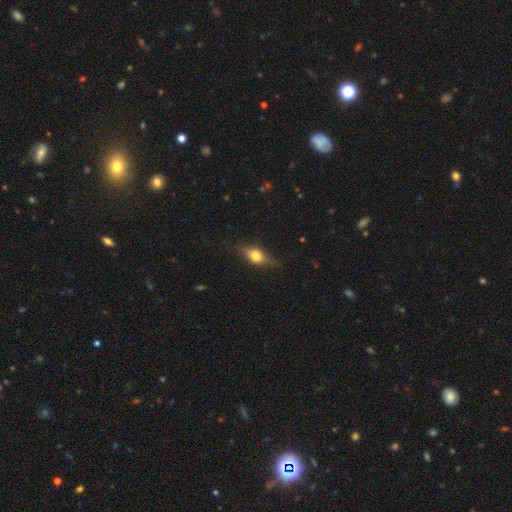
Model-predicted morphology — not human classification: Smooth or featured? smooth (57%)
How rounded? in between (63%)
Merging? none (74%)